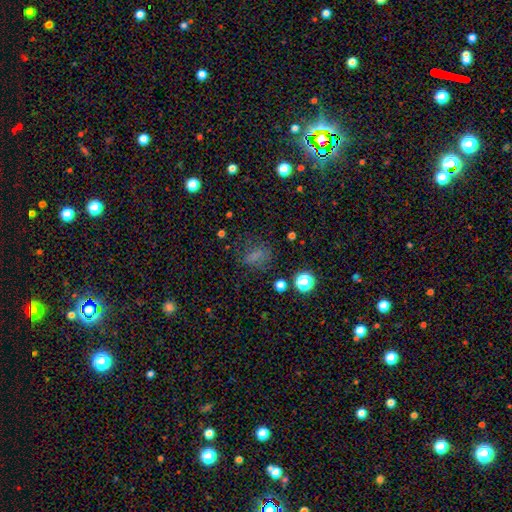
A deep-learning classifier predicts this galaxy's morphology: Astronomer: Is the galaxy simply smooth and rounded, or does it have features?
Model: smooth — 61%.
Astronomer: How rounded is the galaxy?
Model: in between — 53% (runner-up: round, 43%).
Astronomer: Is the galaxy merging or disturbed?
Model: none — 67%.